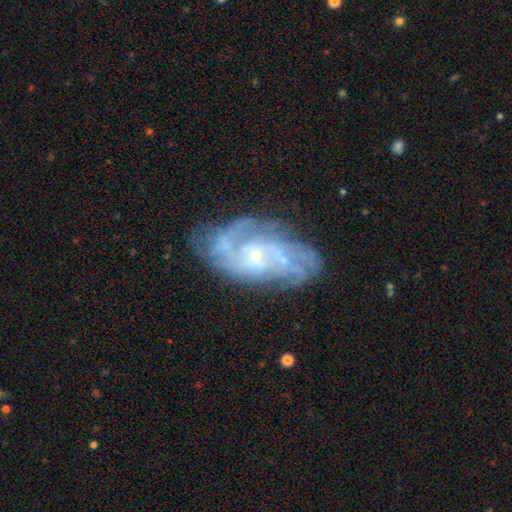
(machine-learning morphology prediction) This is clearly a featured or disk galaxy (84%). It is clearly not viewed edge-on (96%). Bar: likely no (65%). Spiral arm pattern: clearly yes (92%). Spiral arm count: marginally can't tell (31%). Spiral winding: possibly tight (45%). Central bulge: clearly small (80%). Merging: possibly none (56%).